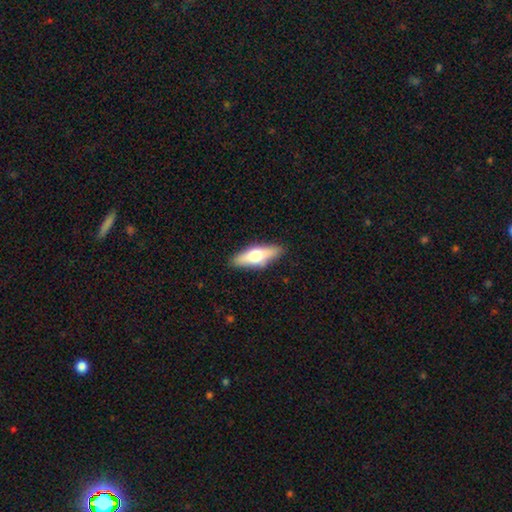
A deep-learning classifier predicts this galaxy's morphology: Smooth or featured?
  - smooth: 55% *
  - featured or disk: 39%
  - star or artifact: 6%
How rounded?
  - in between: 52% *
  - cigar-shaped: 45%
  - round: 3%
Merging?
  - none: 87% *
  - minor disturbance: 10%
  - major disturbance: 2%
  - merger: 1%